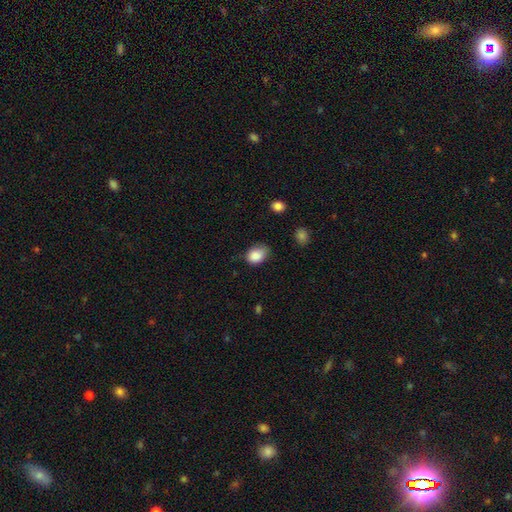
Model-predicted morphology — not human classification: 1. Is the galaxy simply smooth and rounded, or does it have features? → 87% smooth, 9% star or artifact, 5% featured or disk.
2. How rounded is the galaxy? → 64% in between, 35% round, 1% cigar-shaped.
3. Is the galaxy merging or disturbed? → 54% none, 36% minor disturbance, 8% major disturbance, 2% merger.